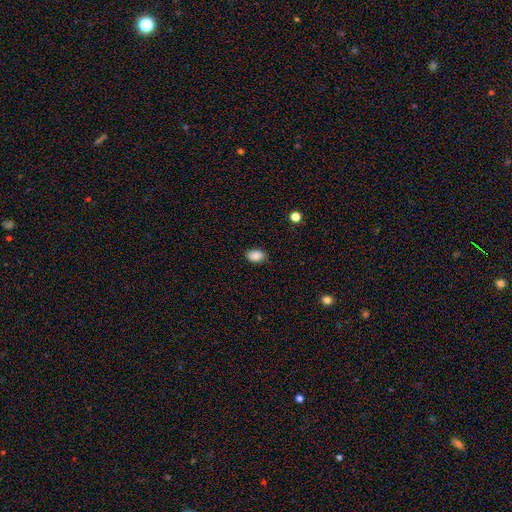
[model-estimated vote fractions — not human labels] smooth_or_featured: smooth (p=0.87) [alt: star or artifact p=0.08]
how_rounded: in between (p=0.86) [alt: round p=0.13]
merging: none (p=0.78) [alt: minor disturbance p=0.18]